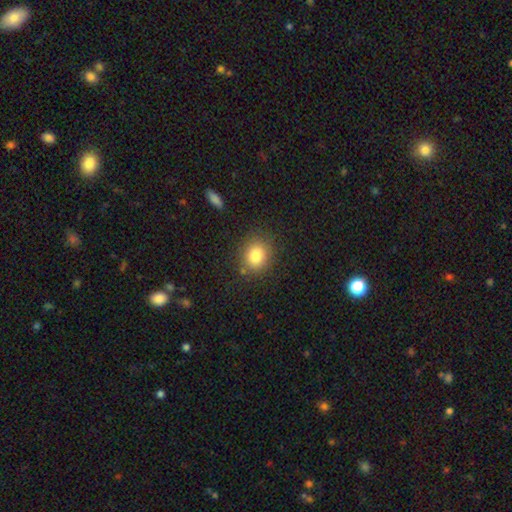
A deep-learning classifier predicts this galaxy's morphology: Smooth or featured?
  - smooth: 81% *
  - star or artifact: 11%
  - featured or disk: 8%
How rounded?
  - round: 68% *
  - in between: 31%
  - cigar-shaped: 1%
Merging?
  - none: 83% *
  - minor disturbance: 10%
  - major disturbance: 4%
  - merger: 3%